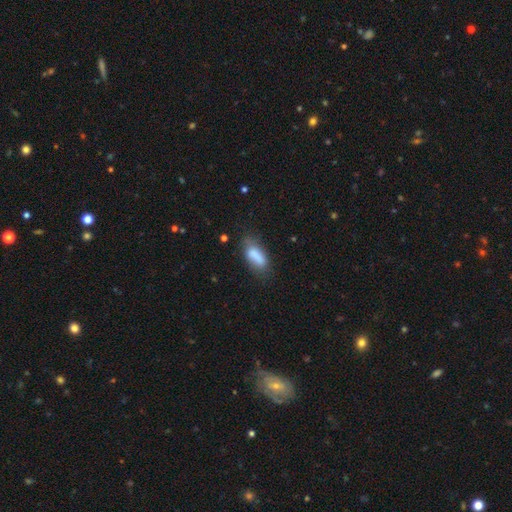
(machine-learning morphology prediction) smooth-or-featured: smooth: 80% | featured or disk: 12% | star or artifact: 8%
  how-rounded: in between: 81% | cigar-shaped: 15% | round: 3%
  merging: none: 54% | minor disturbance: 29% | major disturbance: 12% | merger: 6%